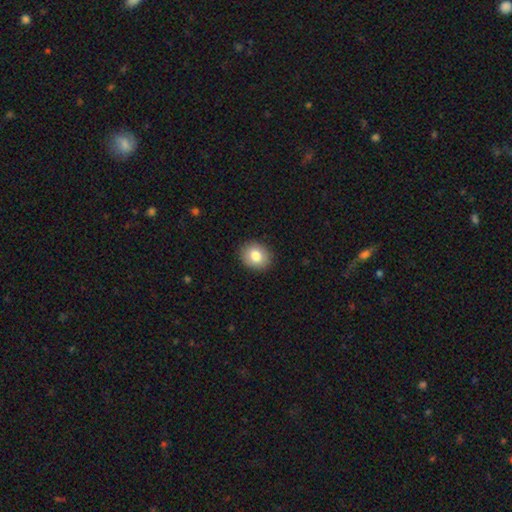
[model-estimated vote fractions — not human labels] smooth_or_featured: smooth (p=0.82) [alt: featured or disk p=0.10]
how_rounded: round (p=0.64) [alt: in between p=0.36]
merging: none (p=0.90) [alt: minor disturbance p=0.07]